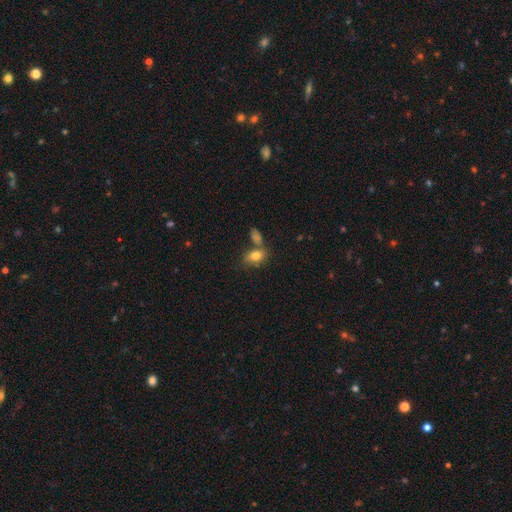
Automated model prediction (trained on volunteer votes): Smooth or featured?
  - smooth: 80% *
  - featured or disk: 11%
  - star or artifact: 9%
How rounded?
  - in between: 86% *
  - round: 11%
  - cigar-shaped: 3%
Merging?
  - none: 54% *
  - merger: 25%
  - minor disturbance: 15%
  - major disturbance: 5%